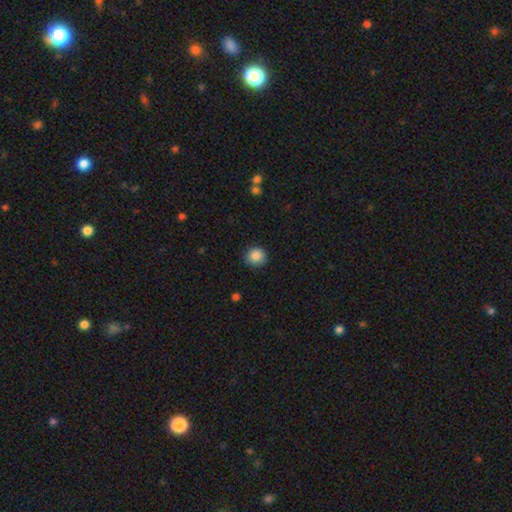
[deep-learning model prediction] This appears to be a smooth galaxy with no disk features (87%) that is round (91%). Merging: none (89%).